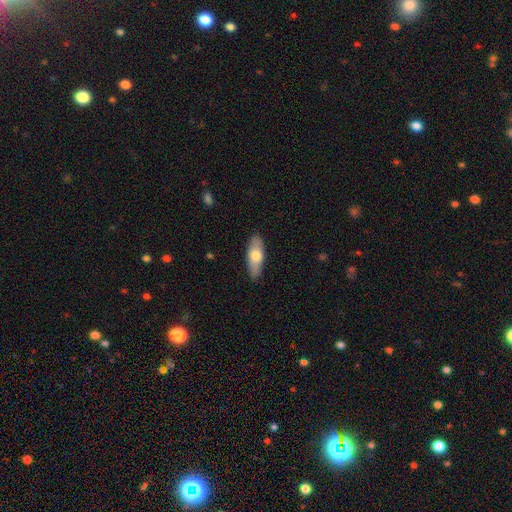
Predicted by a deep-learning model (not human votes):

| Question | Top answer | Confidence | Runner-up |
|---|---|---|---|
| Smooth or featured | smooth | 66% | featured or disk (28%) |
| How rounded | in between | 72% | cigar-shaped (26%) |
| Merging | none | 87% | minor disturbance (10%) |